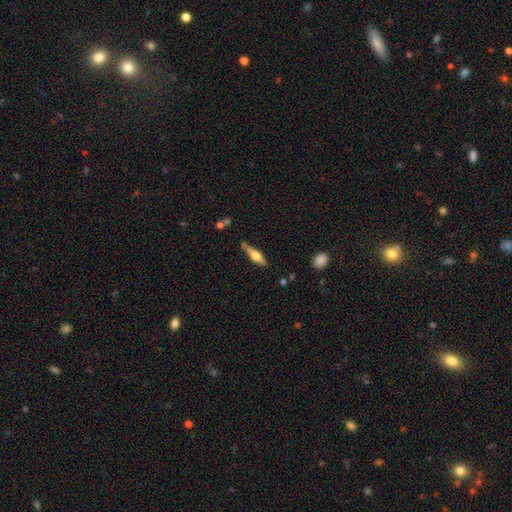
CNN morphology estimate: This appears to be a featured or disk galaxy (56%) viewed edge-on (94%) with a rounded central bulge (90%). Merging: none (77%).